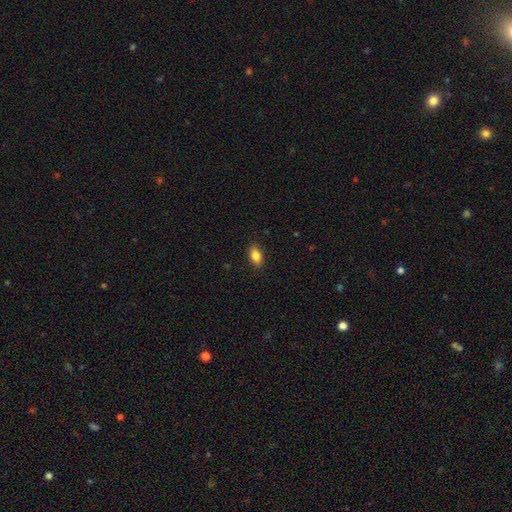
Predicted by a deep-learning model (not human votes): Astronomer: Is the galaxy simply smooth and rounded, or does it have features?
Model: smooth — 84%.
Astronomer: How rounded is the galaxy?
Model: in between — 88%.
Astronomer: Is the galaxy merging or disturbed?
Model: none — 88%.